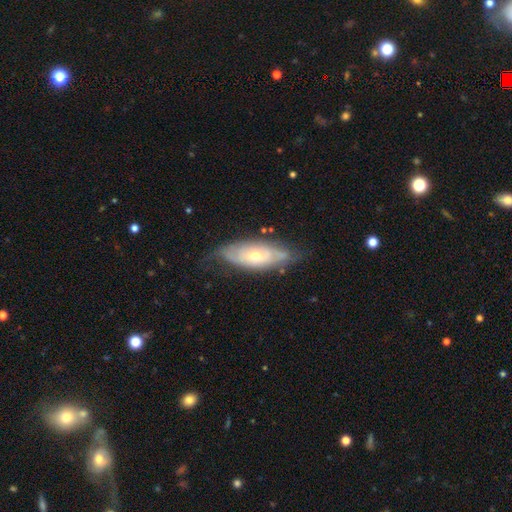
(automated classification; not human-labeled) Smooth or featured?
  - featured or disk: 64% *
  - smooth: 29%
  - star or artifact: 6%
Edge-on disk?
  - no: 81% *
  - yes: 19%
Bar?
  - no: 80% *
  - weak: 17%
  - strong: 4%
Spiral arms?
  - yes: 66% *
  - no: 34%
Bulge size?
  - moderate: 59% *
  - small: 36%
  - large: 3%
  - none: 1%
  - dominant: 1%
Merging?
  - none: 61% *
  - minor disturbance: 28%
  - major disturbance: 9%
  - merger: 2%